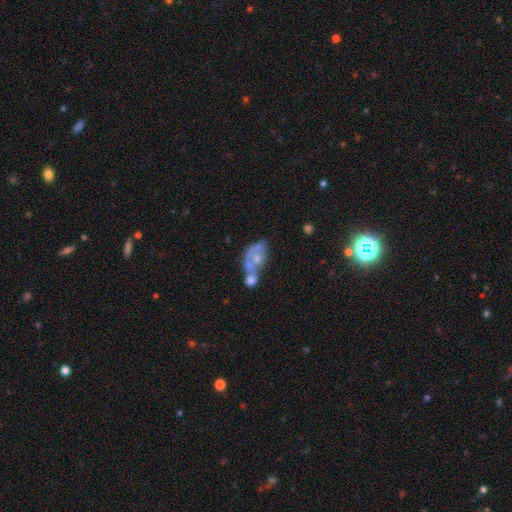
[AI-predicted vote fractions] featured or disk 56%, smooth 35%, star or artifact 9%. Down the decision tree: edge-on disk — no (96%); bar — no (87%); spiral arms — no (72%); bulge size — moderate (39%); merging — merger (52%).